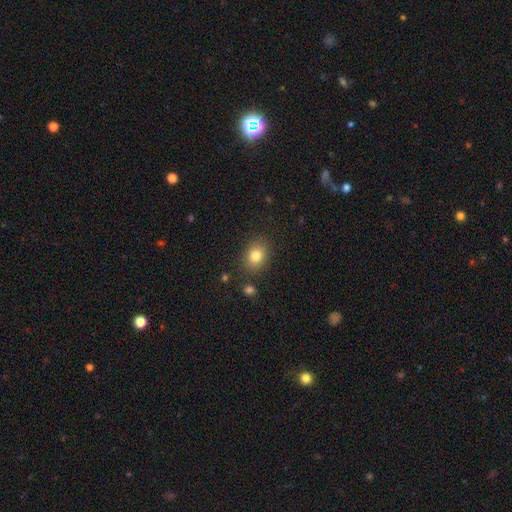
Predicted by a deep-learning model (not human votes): This is clearly a smooth galaxy (81%). How rounded: possibly in between (52%). Merging: clearly none (84%).